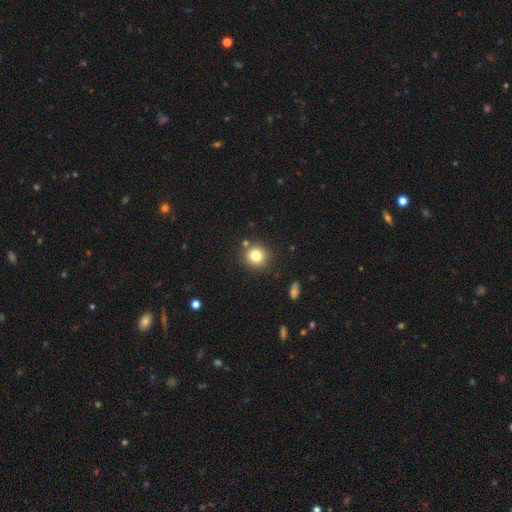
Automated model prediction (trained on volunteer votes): Morphology: type=smooth (80%); roundness=round (92%); merging=none (84%).